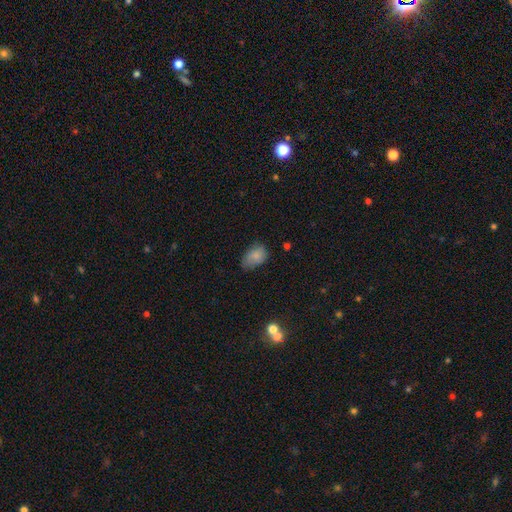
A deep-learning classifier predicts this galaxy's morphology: smooth-or-featured: smooth: 82% | featured or disk: 9% | star or artifact: 9%
  how-rounded: in between: 87% | round: 11% | cigar-shaped: 1%
  merging: none: 57% | minor disturbance: 33% | major disturbance: 8% | merger: 2%